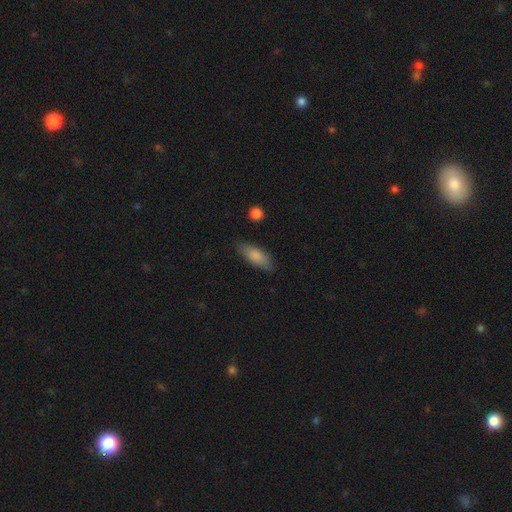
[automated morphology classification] A smooth galaxy with no disk features (83%) that is in between round and cigar-shaped (72%). Merging: none (80%).